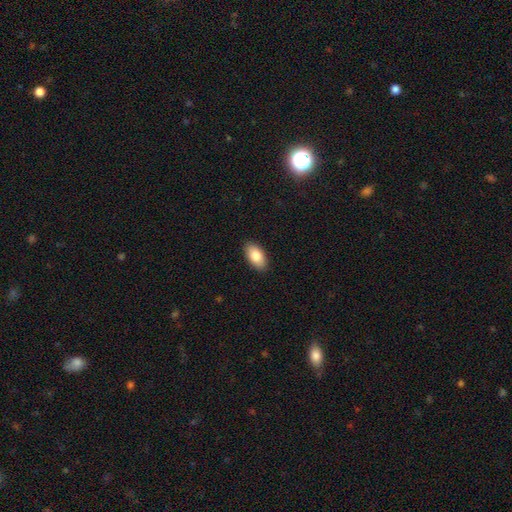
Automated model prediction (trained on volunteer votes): A smooth galaxy with no disk features (85%) that is in between round and cigar-shaped (94%). Merging: none (90%).